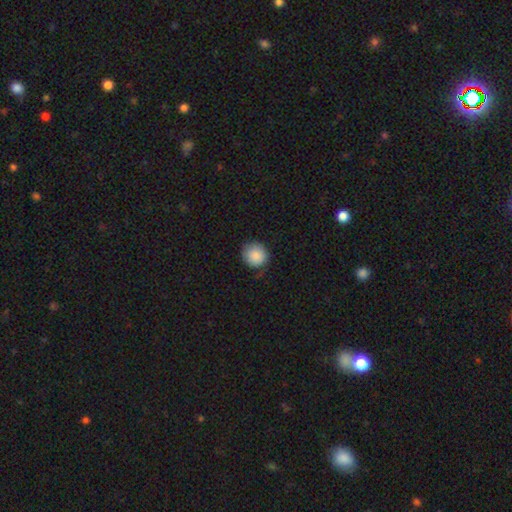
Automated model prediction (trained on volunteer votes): Smooth or featured? smooth (87%)
How rounded? round (86%)
Merging? none (77%)